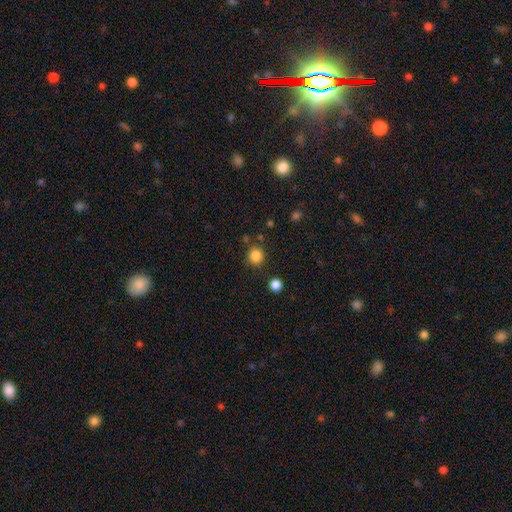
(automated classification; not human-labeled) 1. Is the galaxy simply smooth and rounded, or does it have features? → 84% smooth, 12% star or artifact, 4% featured or disk.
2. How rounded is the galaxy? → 88% round, 11% in between, 1% cigar-shaped.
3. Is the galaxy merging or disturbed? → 83% none, 9% minor disturbance, 5% merger, 3% major disturbance.